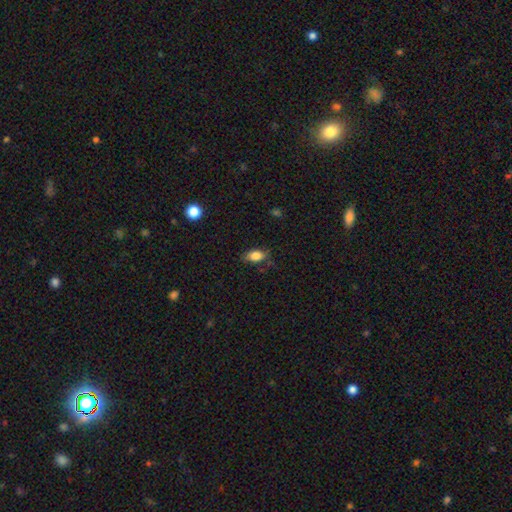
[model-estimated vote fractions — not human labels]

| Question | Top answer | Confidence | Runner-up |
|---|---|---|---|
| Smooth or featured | smooth | 82% | featured or disk (10%) |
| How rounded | in between | 86% | round (8%) |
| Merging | none | 74% | minor disturbance (20%) |